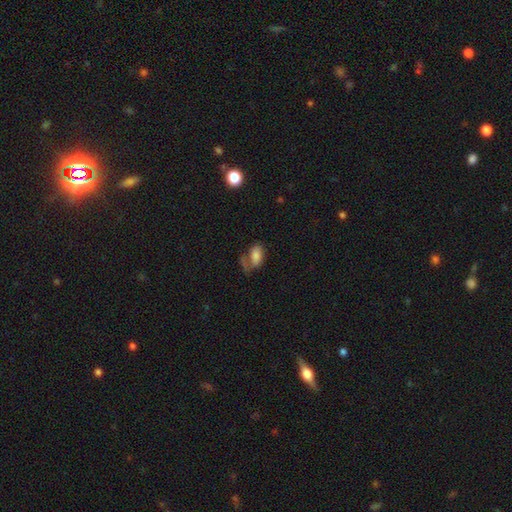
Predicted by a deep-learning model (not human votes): Overall: smooth (73%). How rounded: in between (91%). Merging: none (41%; major disturbance 23%).